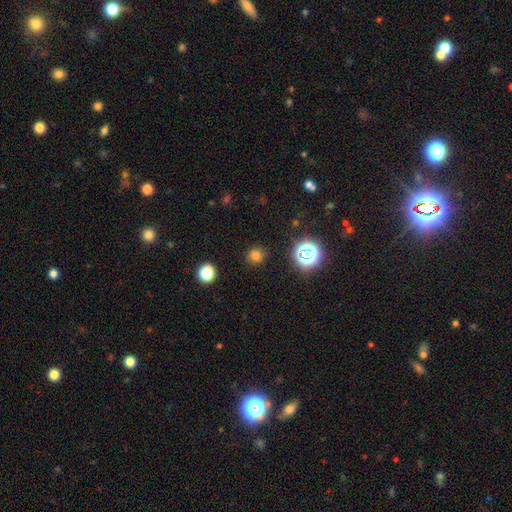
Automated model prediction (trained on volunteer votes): Smooth or featured? smooth (71%)
How rounded? round (84%)
Merging? none (84%)